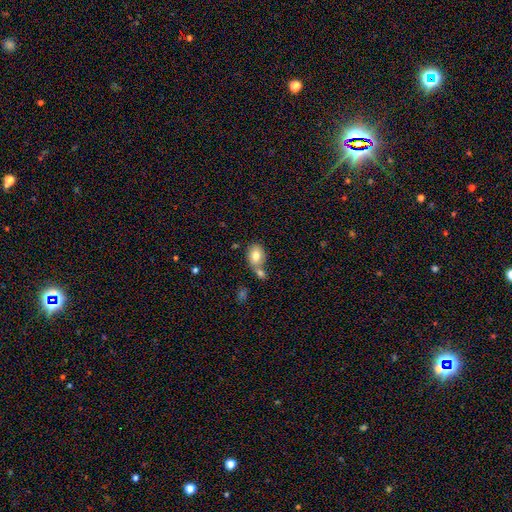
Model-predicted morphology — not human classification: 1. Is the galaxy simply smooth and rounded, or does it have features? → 78% smooth, 13% featured or disk, 8% star or artifact.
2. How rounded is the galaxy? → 61% in between, 37% round, 1% cigar-shaped.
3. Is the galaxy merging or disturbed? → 46% none, 37% merger, 12% minor disturbance, 4% major disturbance.